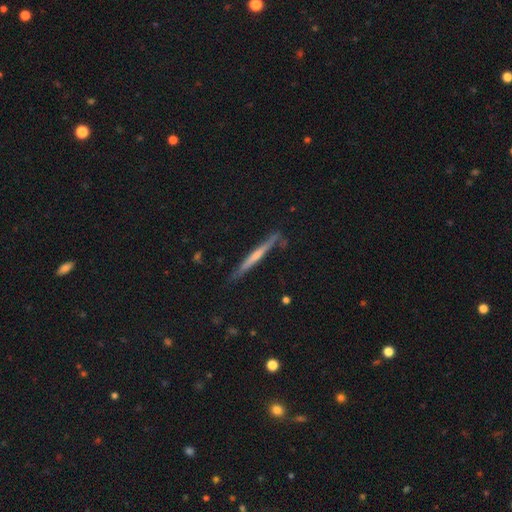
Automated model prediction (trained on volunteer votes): Smooth or featured? Predicted: featured or disk (p=0.62). Edge-on disk? Predicted: yes (p=0.97). Edge-on bulge? Predicted: none (p=0.51). Merging? Predicted: none (p=0.83).